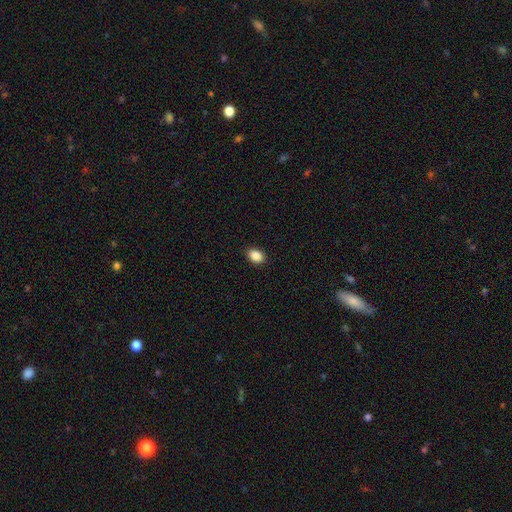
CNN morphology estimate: smooth_or_featured: smooth (p=0.88) [alt: star or artifact p=0.09]
how_rounded: in between (p=0.74) [alt: round p=0.25]
merging: none (p=0.90) [alt: minor disturbance p=0.07]